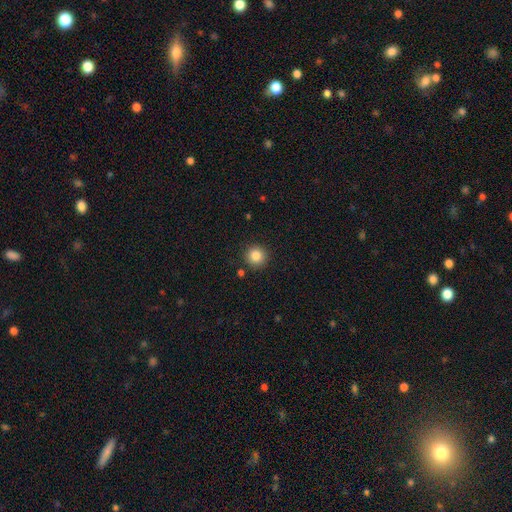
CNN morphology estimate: Smooth or featured: smooth — 85% (star or artifact — 10%)
How rounded: round — 95% (in between — 5%)
Merging: none — 90% (minor disturbance — 6%)